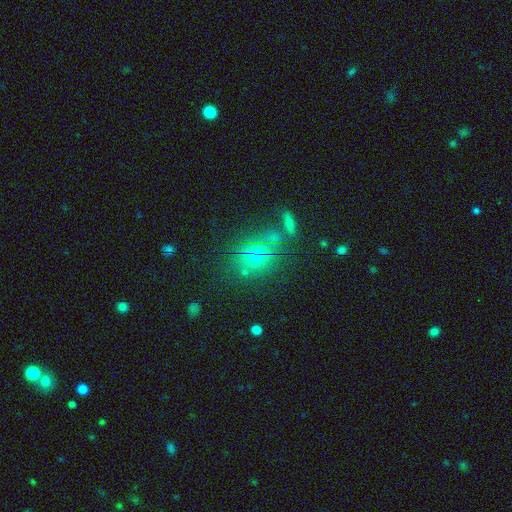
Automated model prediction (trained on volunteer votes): Overall: smooth (58%; star or artifact 24%). How rounded: round (56%; in between 41%). Merging: none (66%).